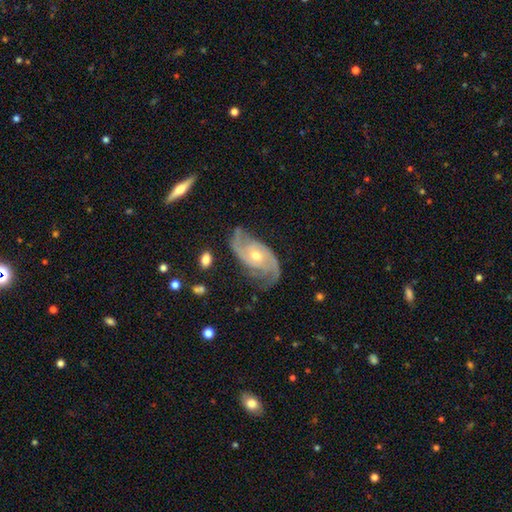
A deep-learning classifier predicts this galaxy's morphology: Smooth or featured?
  - featured or disk: 90% *
  - smooth: 5%
  - star or artifact: 5%
Edge-on disk?
  - no: 96% *
  - yes: 4%
Bar?
  - no: 67% *
  - weak: 26%
  - strong: 7%
Spiral arms?
  - yes: 98% *
  - no: 2%
Spiral winding?
  - medium: 46% *
  - tight: 36%
  - loose: 18%
Spiral arm count?
  - 2: 66% *
  - 3: 16%
  - can't tell: 7%
  - 4: 4%
  - 1: 3%
  - more than 4: 3%
Bulge size?
  - moderate: 57% *
  - small: 39%
  - large: 2%
  - none: 1%
  - dominant: 1%
Merging?
  - none: 73% *
  - minor disturbance: 19%
  - major disturbance: 7%
  - merger: 2%